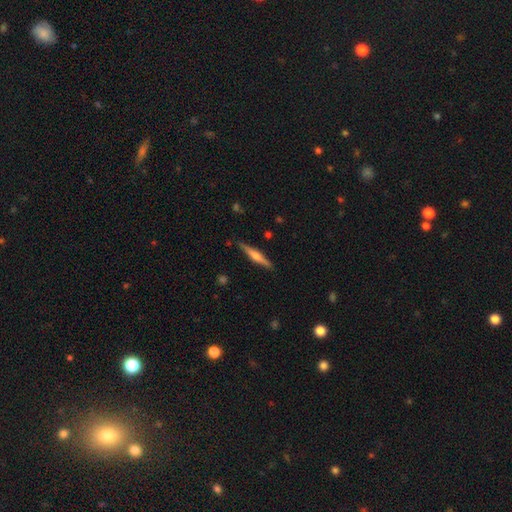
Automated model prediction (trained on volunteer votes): Smooth or featured: featured or disk — 62% (smooth — 32%)
Edge-on disk: yes — 98% (no — 2%)
Edge-on bulge: rounded — 78% (boxy — 14%)
Merging: none — 88% (minor disturbance — 9%)